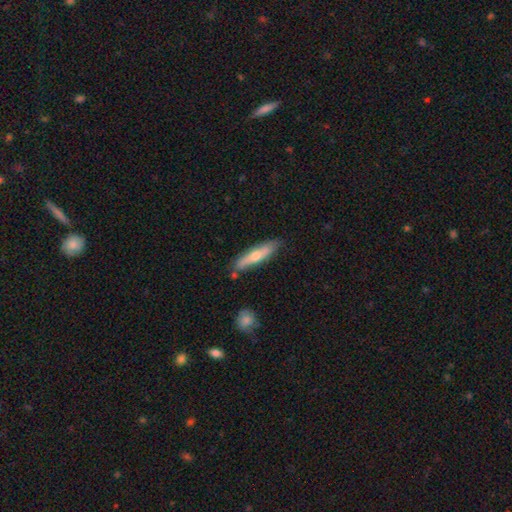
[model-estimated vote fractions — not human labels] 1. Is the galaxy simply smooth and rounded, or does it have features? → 47% smooth, 46% featured or disk, 7% star or artifact.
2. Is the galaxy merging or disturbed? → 82% none, 13% minor disturbance, 3% merger, 2% major disturbance.